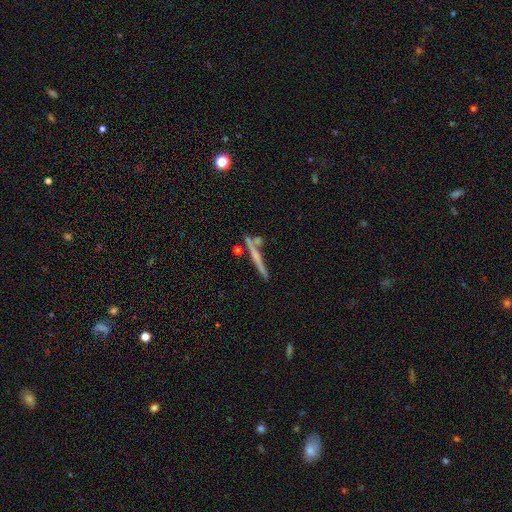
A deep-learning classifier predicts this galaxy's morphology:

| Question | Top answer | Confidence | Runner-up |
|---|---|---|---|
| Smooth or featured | featured or disk | 56% | smooth (36%) |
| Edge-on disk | yes | 95% | no (5%) |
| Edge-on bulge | none | 57% | rounded (35%) |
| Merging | none | 74% | merger (11%) |